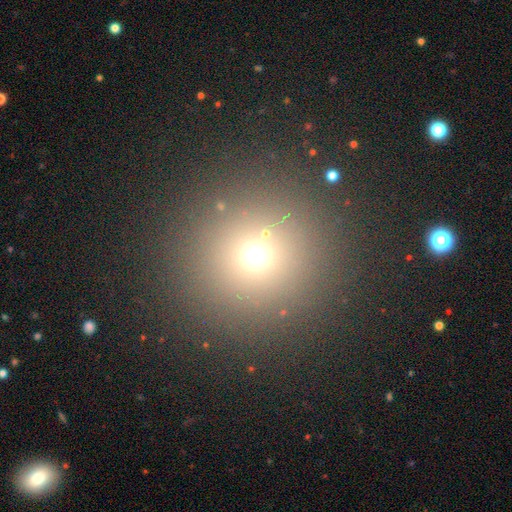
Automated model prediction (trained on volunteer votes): This is likely a smooth galaxy (65%). How rounded: clearly round (95%). Merging: clearly none (87%).